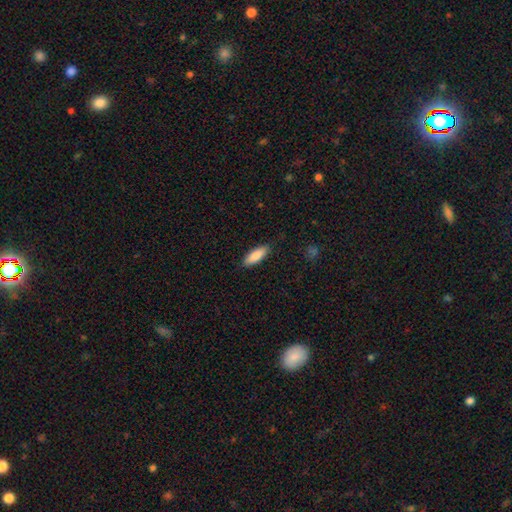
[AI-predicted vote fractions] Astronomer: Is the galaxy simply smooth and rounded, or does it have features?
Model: smooth — 84%.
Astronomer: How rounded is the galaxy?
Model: in between — 57% (runner-up: cigar-shaped, 42%).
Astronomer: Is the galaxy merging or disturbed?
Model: none — 87%.